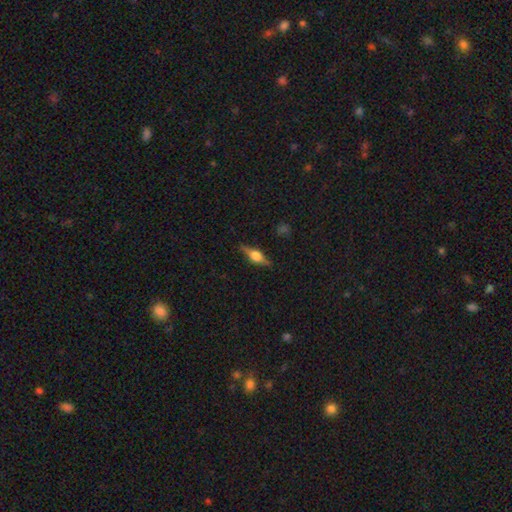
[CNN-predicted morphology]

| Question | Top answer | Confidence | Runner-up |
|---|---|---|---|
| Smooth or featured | featured or disk | 67% | smooth (26%) |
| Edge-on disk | yes | 96% | no (4%) |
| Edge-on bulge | rounded | 90% | boxy (8%) |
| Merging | none | 85% | minor disturbance (11%) |